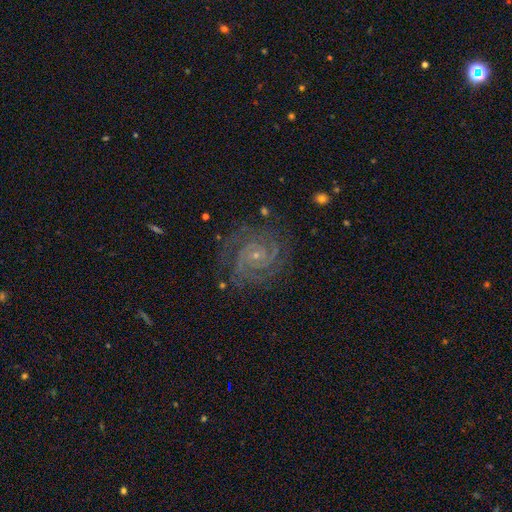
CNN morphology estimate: Overall: featured or disk (88%). Edge-on disk: no (98%). Bar: no (67%). Spiral arms: yes (98%). Spiral arm count: 2 (48%; 3 20%). Spiral winding: tight (67%; medium 29%). Bulge size: small (80%). Merging: none (78%).